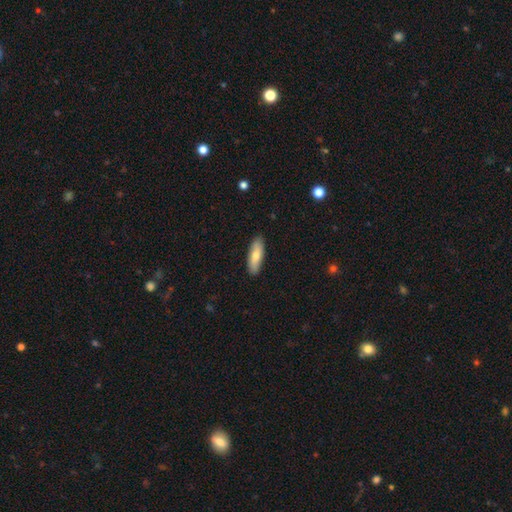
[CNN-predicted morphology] smooth 76%, featured or disk 19%, star or artifact 5%. Down the decision tree: how rounded — in between (53%); merging — none (88%).